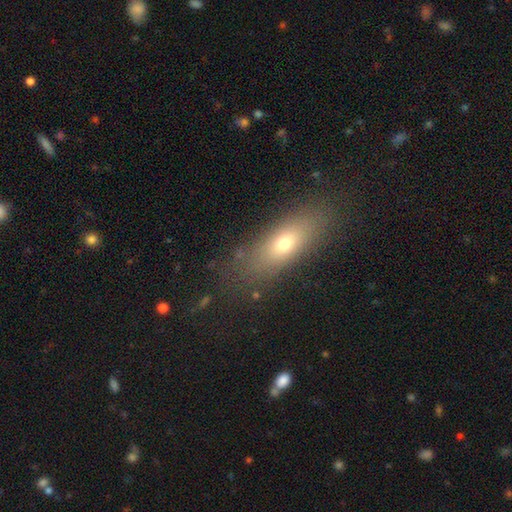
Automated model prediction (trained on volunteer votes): This is likely a smooth galaxy (60%). How rounded: possibly in between (57%). Merging: clearly none (80%).